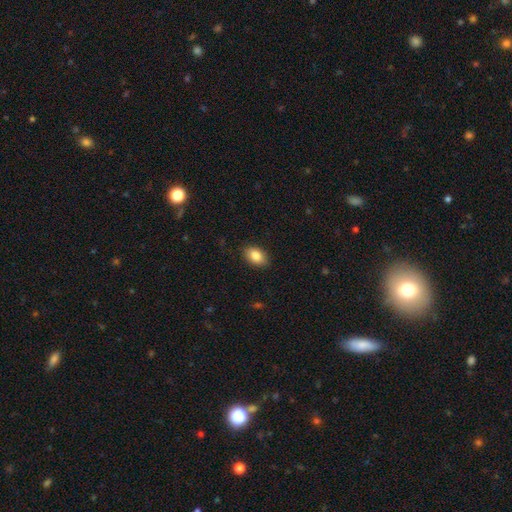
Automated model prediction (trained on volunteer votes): A smooth galaxy with no disk features (86%) that is in between round and cigar-shaped (87%).

Vote fractions:
- Smooth or featured? smooth: 86% / star or artifact: 8% / featured or disk: 7%
- How rounded? in between: 87% / round: 11% / cigar-shaped: 1%
- Merging? none: 88% / minor disturbance: 9% / major disturbance: 2% / merger: 1%